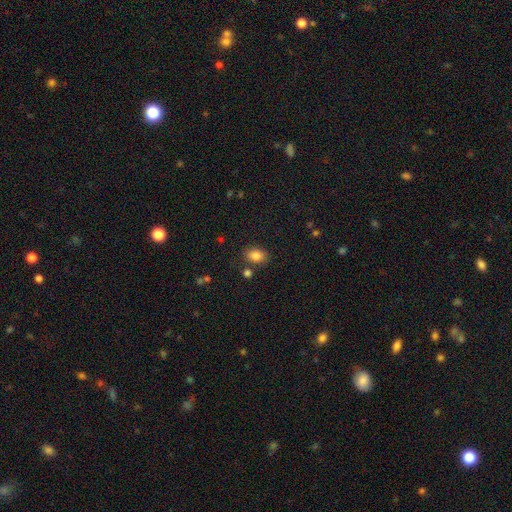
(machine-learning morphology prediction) Smooth or featured? Predicted: smooth (p=0.84). How rounded? Predicted: in between (p=0.74). Merging? Predicted: none (p=0.79).